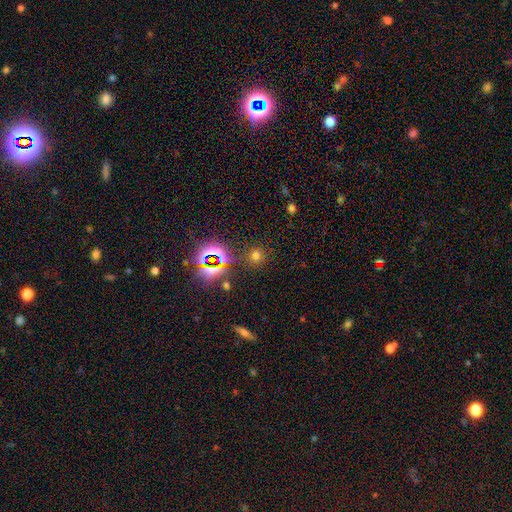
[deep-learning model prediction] Smooth or featured?
  - smooth: 59% *
  - star or artifact: 34%
  - featured or disk: 7%
How rounded?
  - round: 89% *
  - in between: 10%
  - cigar-shaped: 1%
Merging?
  - none: 83% *
  - minor disturbance: 9%
  - major disturbance: 4%
  - merger: 4%